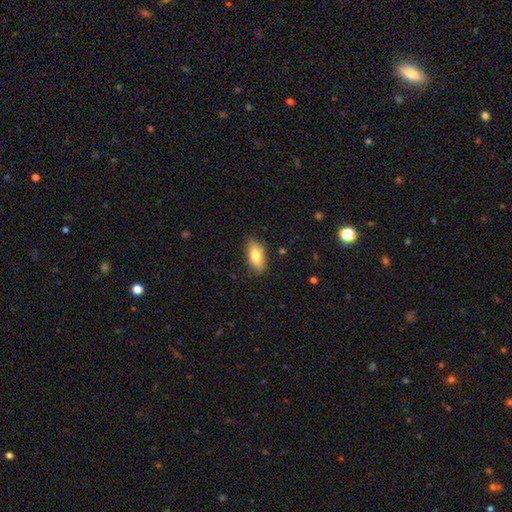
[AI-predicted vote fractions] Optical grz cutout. It shows a smooth galaxy with no disk features (78%) that is in between round and cigar-shaped (87%). Merging: none (85%).